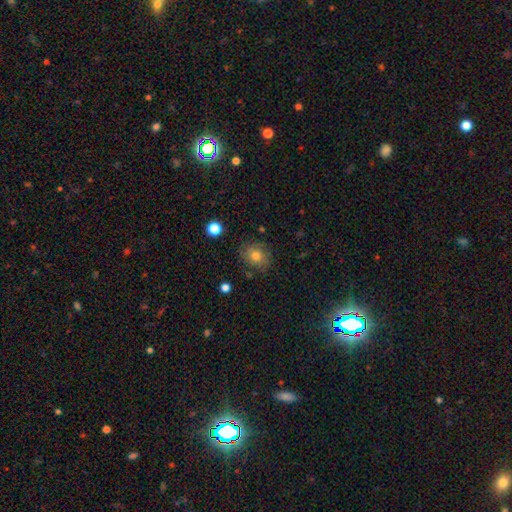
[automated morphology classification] type=smooth (69%); roundness=round (67%); merging=none (76%).